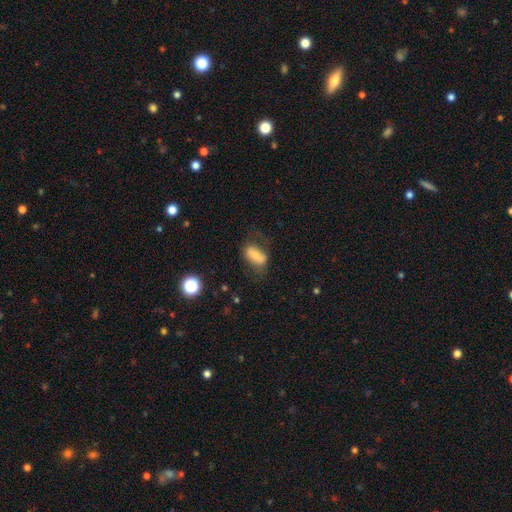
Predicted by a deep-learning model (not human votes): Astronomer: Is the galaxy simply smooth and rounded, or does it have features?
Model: smooth — 70%.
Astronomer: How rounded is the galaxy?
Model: in between — 83%.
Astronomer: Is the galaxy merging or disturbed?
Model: none — 55%.